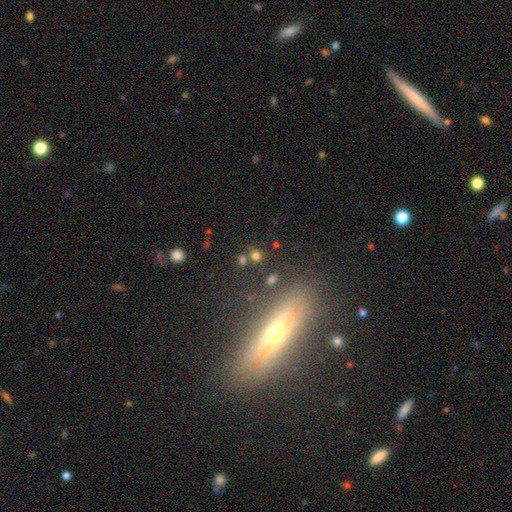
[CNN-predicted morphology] Smooth or featured? smooth (68%)
How rounded? round (80%)
Merging? none (72%)